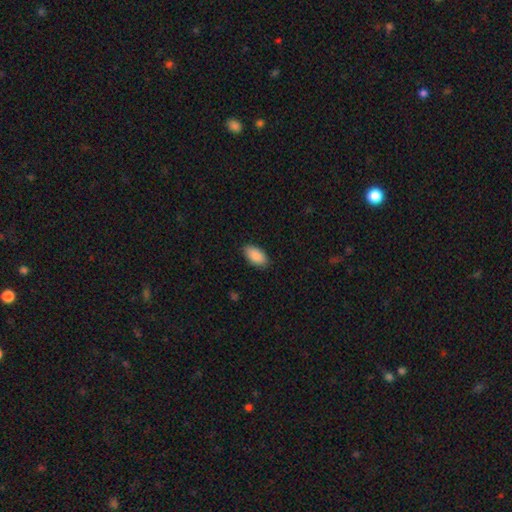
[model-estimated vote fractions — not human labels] smooth 90%, star or artifact 6%, featured or disk 4%. Down the decision tree: how rounded — in between (94%); merging — none (85%).